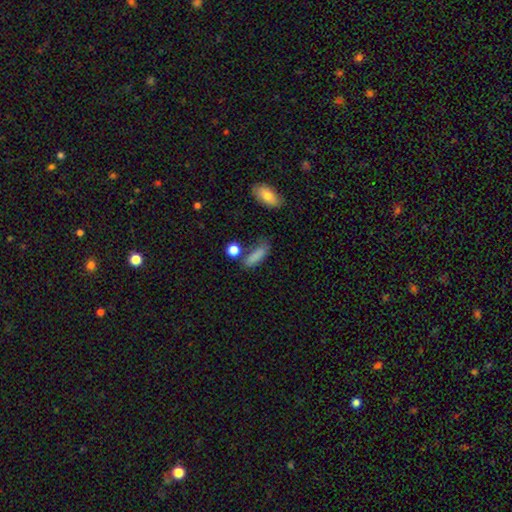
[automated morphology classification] A smooth galaxy with no disk features (82%) that is in between round and cigar-shaped (50%).

Vote fractions:
- Smooth or featured? smooth: 82% / star or artifact: 9% / featured or disk: 8%
- How rounded? in between: 50% / cigar-shaped: 42% / round: 8%
- Merging? none: 60% / minor disturbance: 21% / merger: 11% / major disturbance: 8%